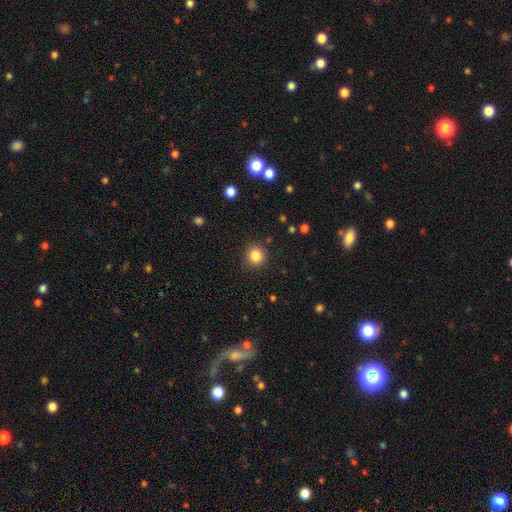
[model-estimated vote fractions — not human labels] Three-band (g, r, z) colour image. It shows a smooth galaxy with no disk features (84%) that is round (92%). Merging: none (90%).